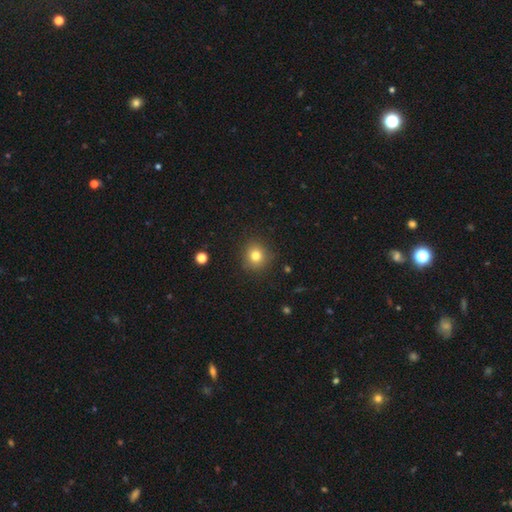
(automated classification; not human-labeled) Smooth or featured?
  - smooth: 79% *
  - star or artifact: 13%
  - featured or disk: 8%
How rounded?
  - round: 89% *
  - in between: 10%
  - cigar-shaped: 1%
Merging?
  - none: 89% *
  - minor disturbance: 7%
  - major disturbance: 2%
  - merger: 1%